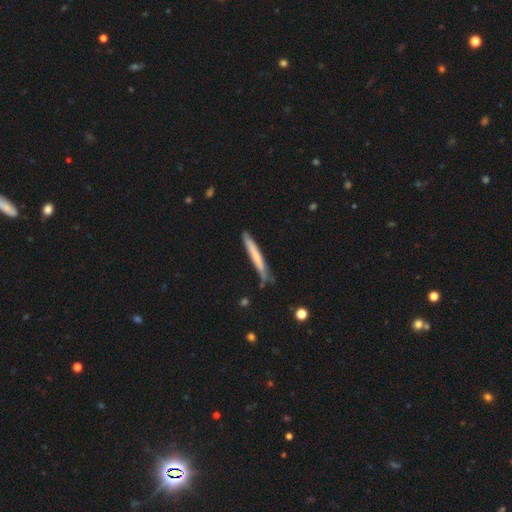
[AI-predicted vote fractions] Morphology: type=smooth (58%); roundness=cigar-shaped (96%); merging=none (76%).